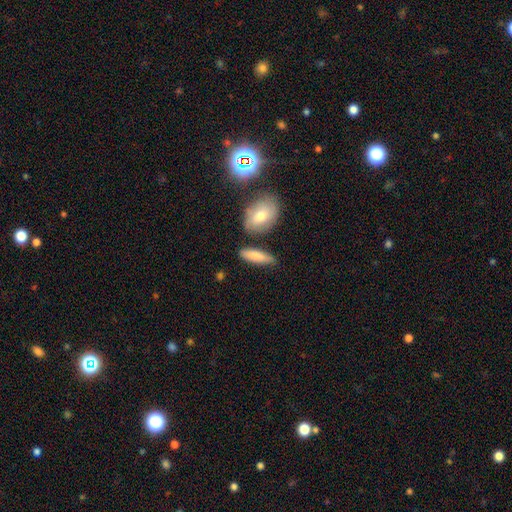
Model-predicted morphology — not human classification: smooth-or-featured: smooth: 79% | featured or disk: 15% | star or artifact: 6%
  how-rounded: in between: 51% | cigar-shaped: 46% | round: 3%
  merging: none: 74% | minor disturbance: 15% | merger: 8% | major disturbance: 4%